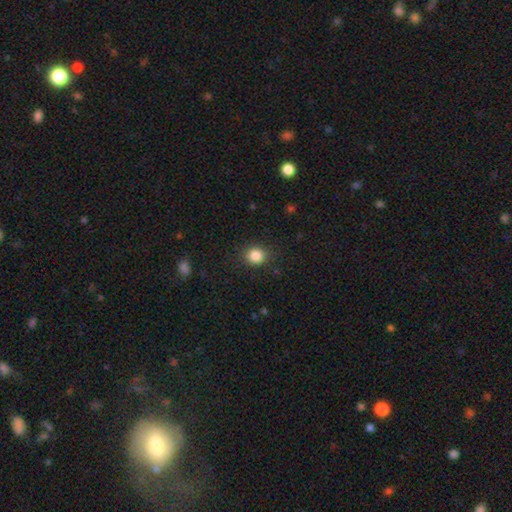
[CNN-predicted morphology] The model was most divided on "how rounded": round: 78%, in between: 21%, cigar-shaped: 1%. More confident: merging — none (87%); smooth or featured — smooth (85%).